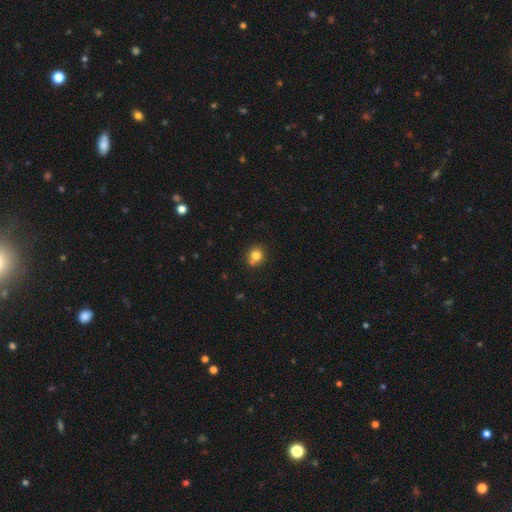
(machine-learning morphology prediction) smooth_or_featured: smooth (p=0.80) [alt: star or artifact p=0.12]
how_rounded: round (p=0.85) [alt: in between p=0.14]
merging: none (p=0.74) [alt: minor disturbance p=0.12]